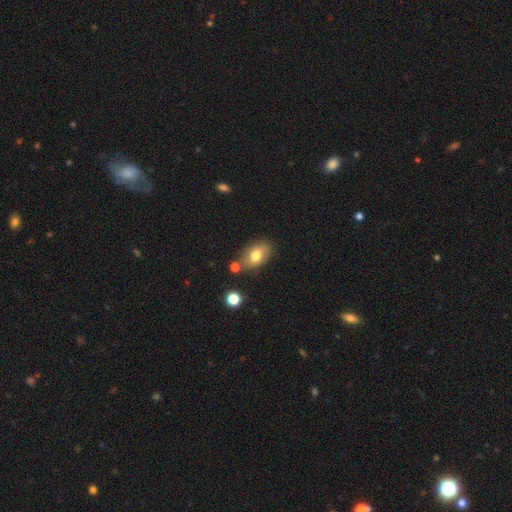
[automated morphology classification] Smooth or featured? Predicted: smooth (p=0.73). How rounded? Predicted: in between (p=0.88). Merging? Predicted: none (p=0.72).